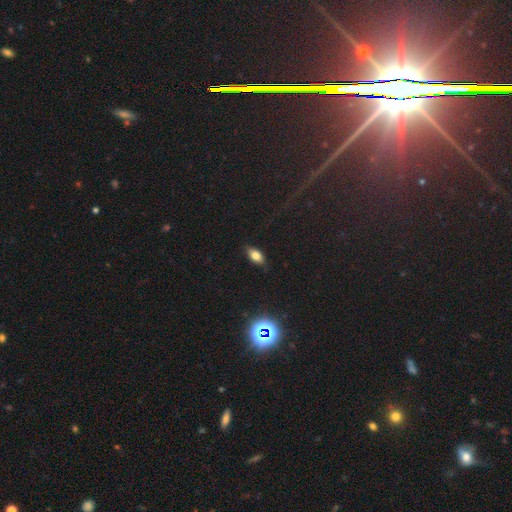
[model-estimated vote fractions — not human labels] smooth_or_featured: smooth (p=0.71) [alt: featured or disk p=0.18]
how_rounded: in between (p=0.85) [alt: cigar-shaped p=0.09]
merging: none (p=0.82) [alt: minor disturbance p=0.14]